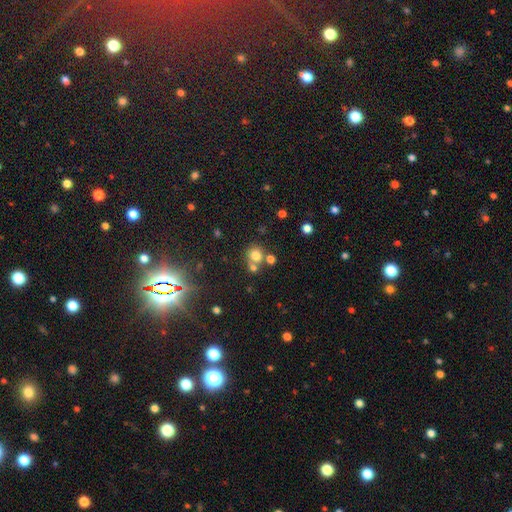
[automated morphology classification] A smooth galaxy with no disk features (74%) that is round (84%).

Vote fractions:
- Smooth or featured? smooth: 74% / star or artifact: 17% / featured or disk: 10%
- How rounded? round: 84% / in between: 15% / cigar-shaped: 1%
- Merging? none: 58% / merger: 30% / minor disturbance: 9% / major disturbance: 4%